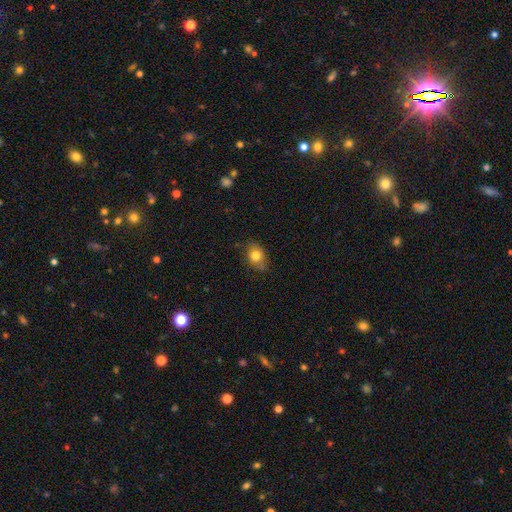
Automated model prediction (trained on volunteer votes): Q: Smooth or featured?
A: smooth (79%); runner-up: featured or disk (12%)
Q: How rounded?
A: in between (69%); runner-up: round (30%)
Q: Merging?
A: none (74%); runner-up: minor disturbance (21%)